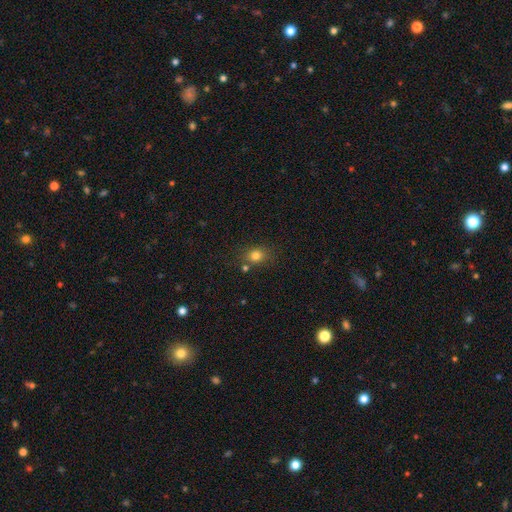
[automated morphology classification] A smooth galaxy with no disk features (79%) that is round (64%).

Vote fractions:
- Smooth or featured? smooth: 79% / star or artifact: 14% / featured or disk: 7%
- How rounded? round: 64% / in between: 34% / cigar-shaped: 1%
- Merging? none: 72% / minor disturbance: 13% / merger: 11% / major disturbance: 4%